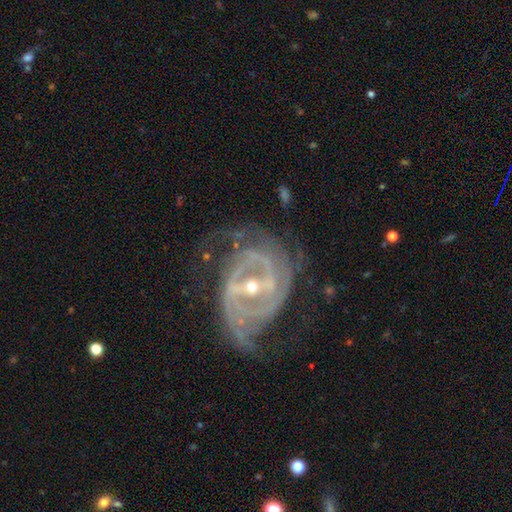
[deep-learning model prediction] Overall: featured or disk (91%). Edge-on disk: no (96%). Bar: strong (67%). Spiral arms: yes (95%). Spiral arm count: 2 (47%; can't tell 18%). Spiral winding: tight (44%; medium 42%). Bulge size: small (61%; moderate 36%). Merging: none (55%; major disturbance 21%).